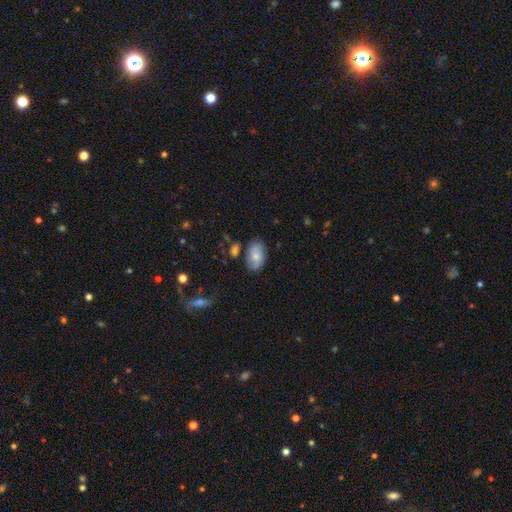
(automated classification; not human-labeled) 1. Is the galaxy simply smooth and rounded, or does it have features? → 61% smooth, 31% featured or disk, 8% star or artifact.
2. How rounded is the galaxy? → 90% in between, 9% round, 2% cigar-shaped.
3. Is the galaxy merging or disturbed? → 71% none, 19% minor disturbance, 6% merger, 5% major disturbance.